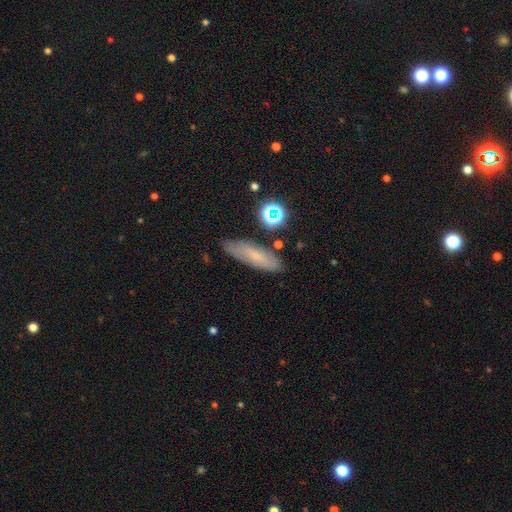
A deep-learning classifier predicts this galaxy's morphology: A smooth galaxy with no disk features (52%) that is cigar-shaped (53%).

Vote fractions:
- Smooth or featured? smooth: 52% / featured or disk: 35% / star or artifact: 13%
- How rounded? cigar-shaped: 53% / in between: 42% / round: 5%
- Merging? none: 77% / minor disturbance: 16% / major disturbance: 4% / merger: 3%